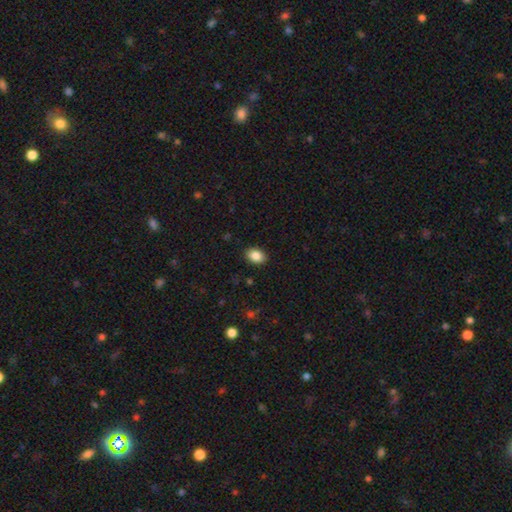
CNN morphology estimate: smooth-or-featured: smooth: 87% | star or artifact: 8% | featured or disk: 5%
  how-rounded: in between: 78% | round: 21% | cigar-shaped: 1%
  merging: none: 89% | minor disturbance: 8% | major disturbance: 2% | merger: 1%